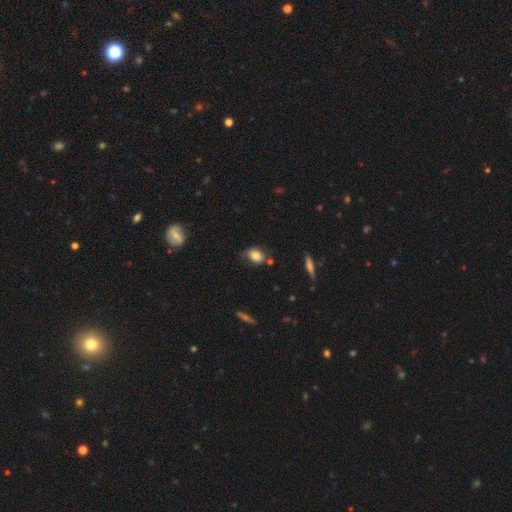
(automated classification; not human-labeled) A smooth galaxy with no disk features (79%) that is in between round and cigar-shaped (67%). Merging: none (62%).